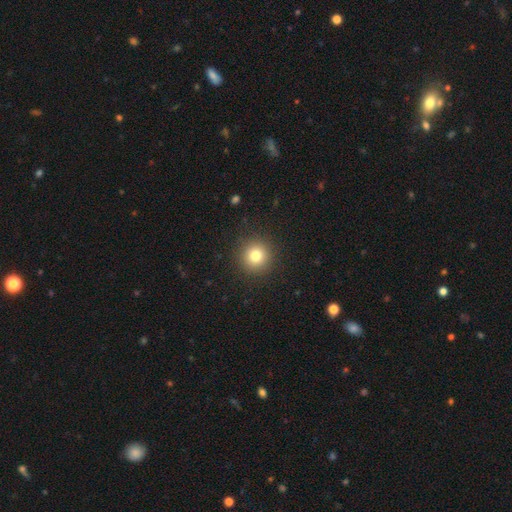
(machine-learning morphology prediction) smooth 80%, star or artifact 13%, featured or disk 8%. Down the decision tree: how rounded — round (95%); merging — none (91%).